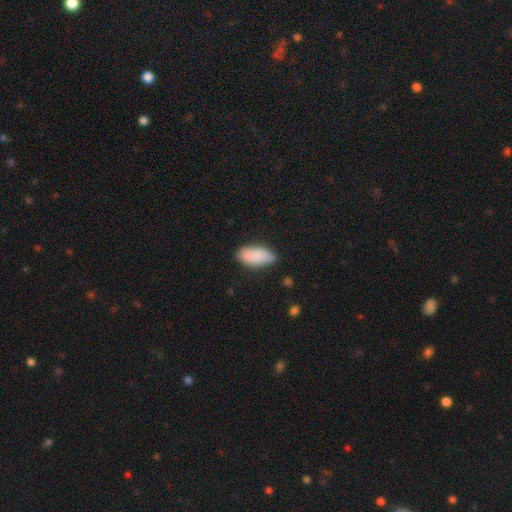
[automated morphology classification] Smooth or featured: smooth — 83% (featured or disk — 11%)
How rounded: in between — 90% (cigar-shaped — 8%)
Merging: none — 71% (minor disturbance — 23%)